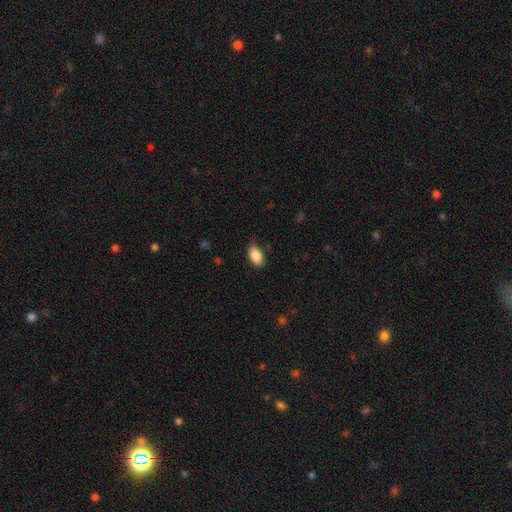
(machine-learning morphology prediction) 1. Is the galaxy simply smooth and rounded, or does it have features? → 88% smooth, 7% star or artifact, 5% featured or disk.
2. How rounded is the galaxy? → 93% in between, 5% round, 2% cigar-shaped.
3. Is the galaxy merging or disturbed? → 82% none, 15% minor disturbance, 3% major disturbance, 1% merger.